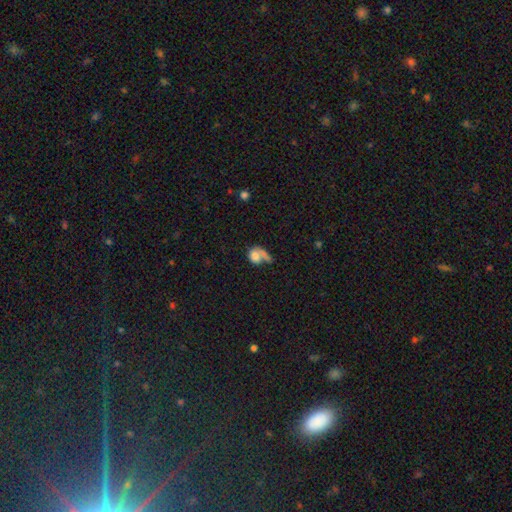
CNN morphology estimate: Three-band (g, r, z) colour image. It shows a smooth galaxy with no disk features (64%) that is in between round and cigar-shaped (55%). Merging: major disturbance (29%).